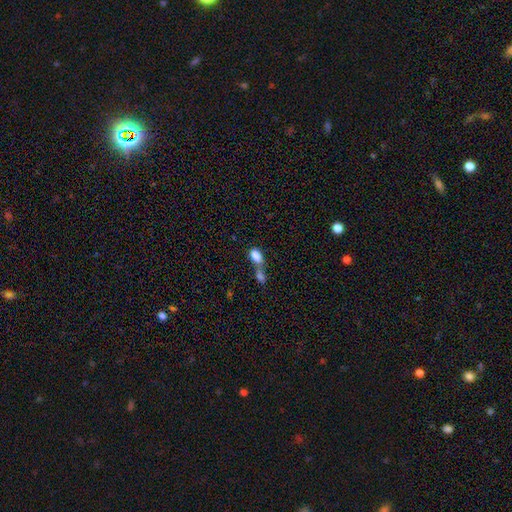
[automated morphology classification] Q: Smooth or featured?
A: smooth (82%); runner-up: featured or disk (10%)
Q: How rounded?
A: in between (88%); runner-up: round (8%)
Q: Merging?
A: merger (69%); runner-up: none (19%)